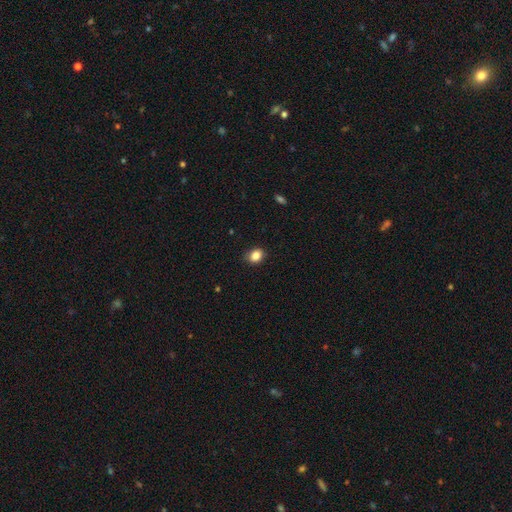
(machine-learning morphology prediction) Overall: smooth (86%). How rounded: in between (54%; round 45%). Merging: none (85%).